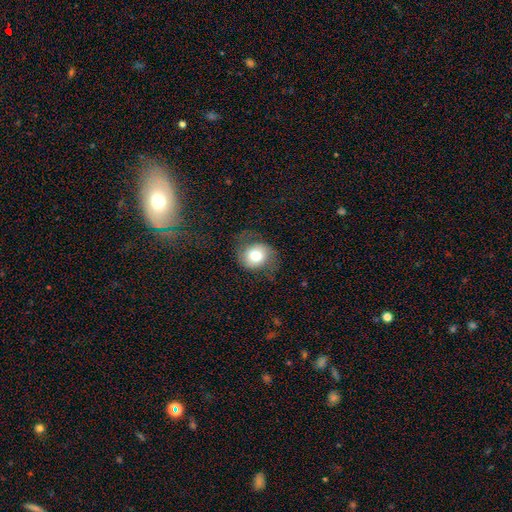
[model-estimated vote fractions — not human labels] Smooth or featured? smooth (65%)
How rounded? round (71%)
Merging? none (60%)